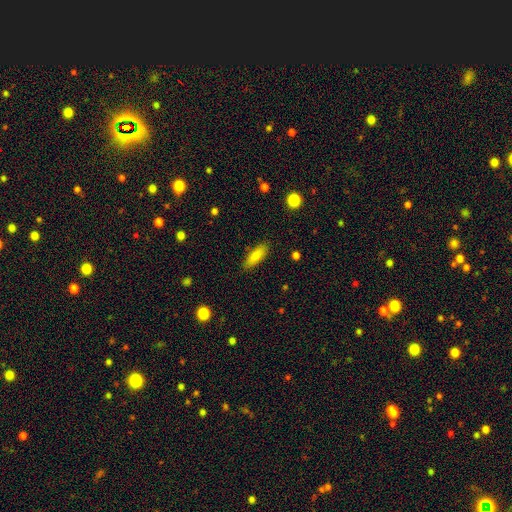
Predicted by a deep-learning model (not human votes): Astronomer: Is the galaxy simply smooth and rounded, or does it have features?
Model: smooth — 83%.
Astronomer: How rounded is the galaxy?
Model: in between — 61% (runner-up: cigar-shaped, 37%).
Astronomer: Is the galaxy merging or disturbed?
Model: none — 86%.